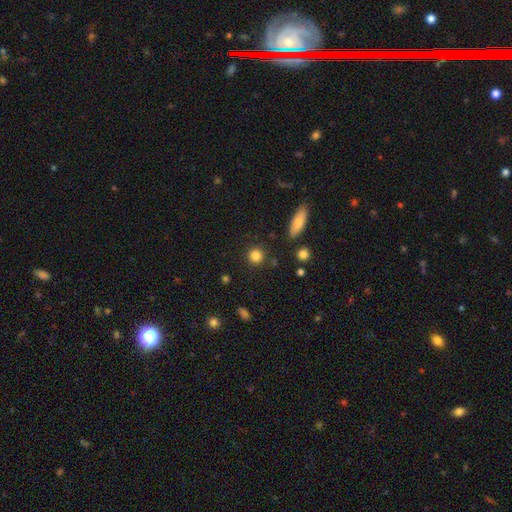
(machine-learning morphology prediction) Smooth or featured? smooth (85%)
How rounded? round (90%)
Merging? none (88%)